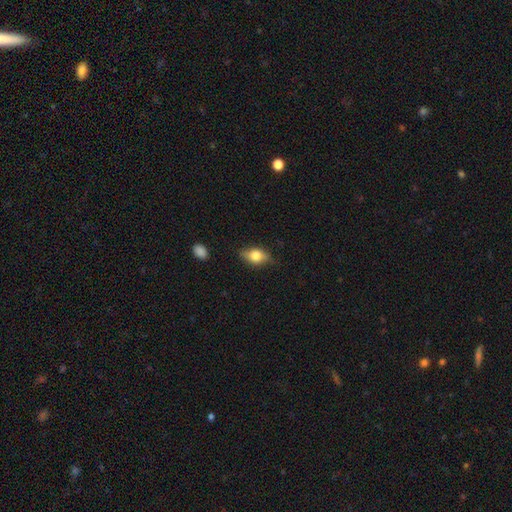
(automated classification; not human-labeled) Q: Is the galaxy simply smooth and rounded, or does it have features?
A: smooth — 66%.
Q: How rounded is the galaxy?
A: in between — 79%.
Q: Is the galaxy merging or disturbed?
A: none — 77%.